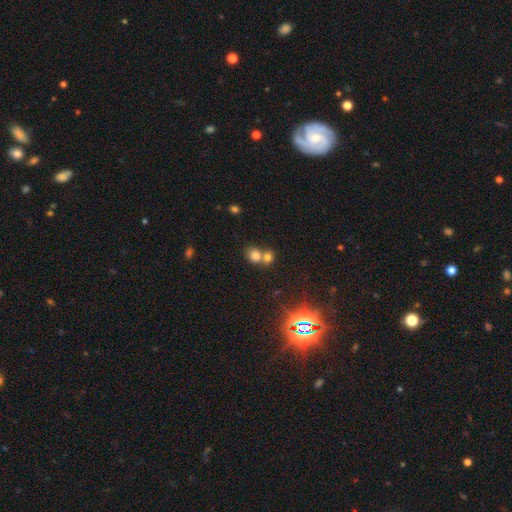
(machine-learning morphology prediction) smooth_or_featured: smooth (p=0.75) [alt: star or artifact p=0.15]
how_rounded: round (p=0.70) [alt: in between p=0.29]
merging: merger (p=0.54) [alt: none p=0.37]